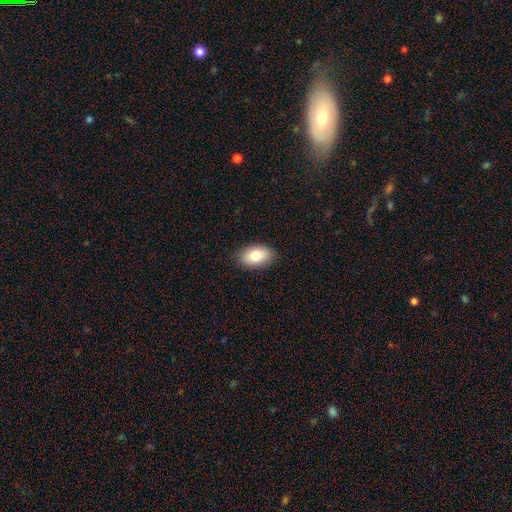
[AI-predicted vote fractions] smooth_or_featured: smooth (p=0.80) [alt: featured or disk p=0.12]
how_rounded: in between (p=0.91) [alt: round p=0.08]
merging: none (p=0.88) [alt: minor disturbance p=0.09]